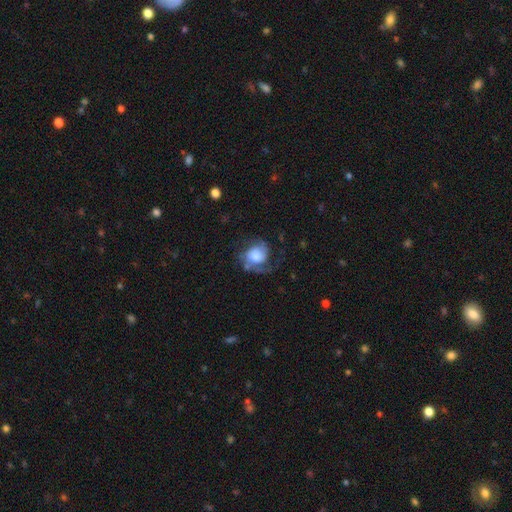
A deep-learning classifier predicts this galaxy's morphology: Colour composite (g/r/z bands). It shows a featured or disk galaxy (68%) with no bar (70%), 2 (62%) medium (43%) spiral arms (92%) and a large central bulge (37%). Merging: none (50%).